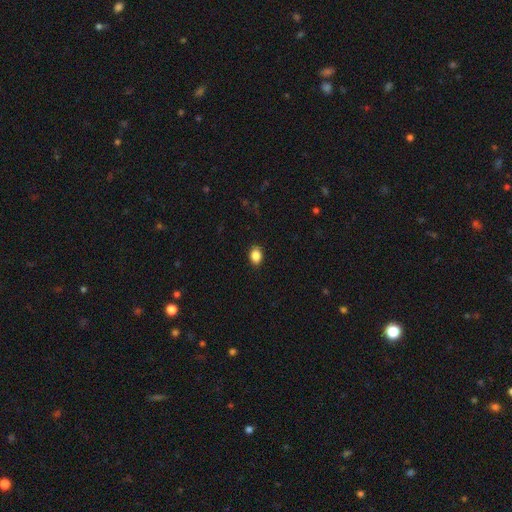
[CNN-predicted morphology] A smooth galaxy with no disk features (88%) that is in between round and cigar-shaped (77%). Merging: none (89%).